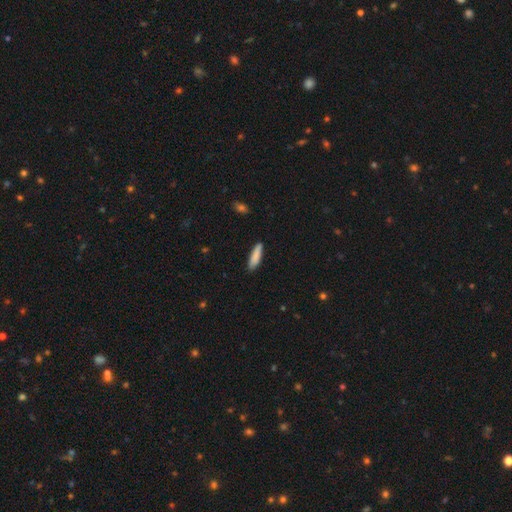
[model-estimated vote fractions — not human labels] Smooth or featured? smooth (86%)
How rounded? cigar-shaped (71%)
Merging? none (85%)